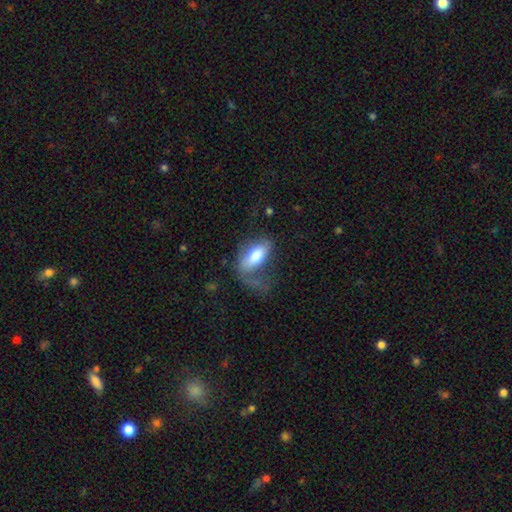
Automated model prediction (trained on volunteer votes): Morphology: type=smooth (68%); roundness=in between (87%); merging=major disturbance (44%).